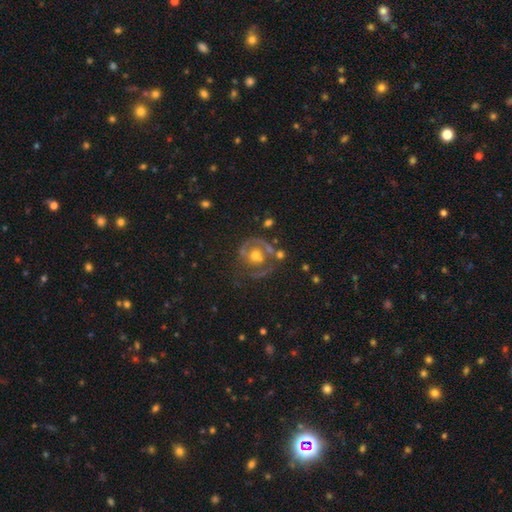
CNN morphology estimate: The model was most divided on "spiral arms": yes: 57%, no: 43%. Remaining: edge-on disk — no (97%); bar — no (77%); bulge size — moderate (67%); smooth or featured — featured or disk (67%); merging — none (45%).